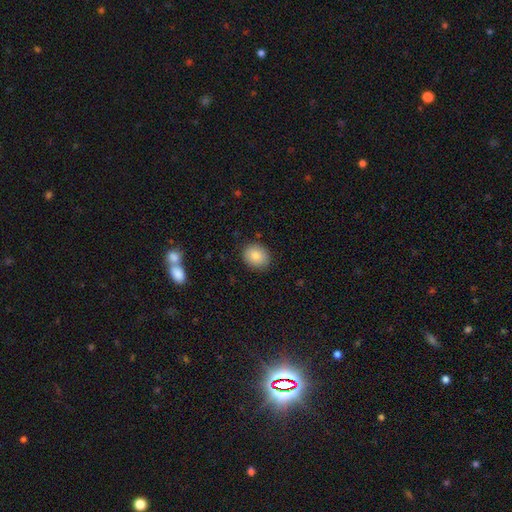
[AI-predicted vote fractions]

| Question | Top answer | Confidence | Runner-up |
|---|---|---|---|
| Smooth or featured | smooth | 86% | star or artifact (8%) |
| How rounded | round | 61% | in between (38%) |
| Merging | none | 87% | minor disturbance (10%) |